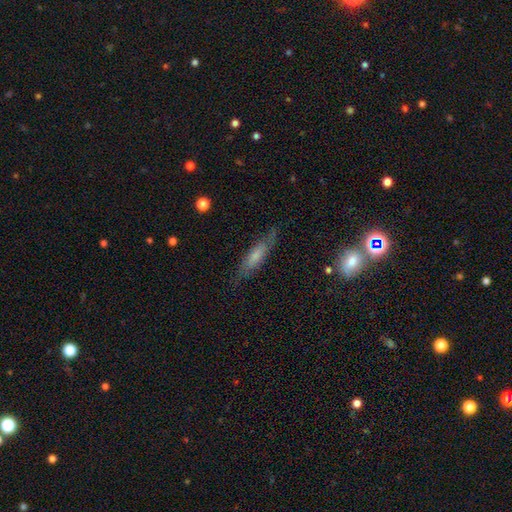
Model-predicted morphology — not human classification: Overall: smooth (50%; featured or disk 42%). Merging: none (73%).